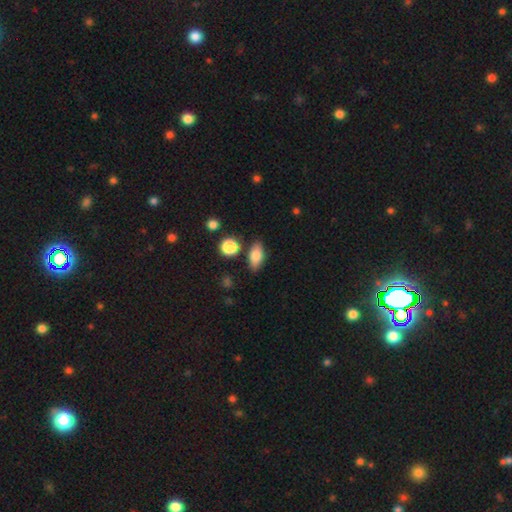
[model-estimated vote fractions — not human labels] smooth_or_featured: smooth (p=0.80) [alt: featured or disk p=0.12]
how_rounded: in between (p=0.83) [alt: cigar-shaped p=0.10]
merging: none (p=0.81) [alt: minor disturbance p=0.12]